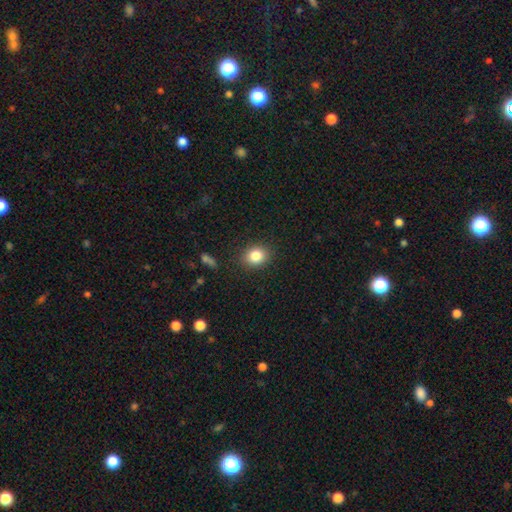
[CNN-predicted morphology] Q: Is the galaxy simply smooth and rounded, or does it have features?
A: smooth — 83%.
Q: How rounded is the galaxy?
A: round — 64%.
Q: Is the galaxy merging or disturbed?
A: none — 87%.